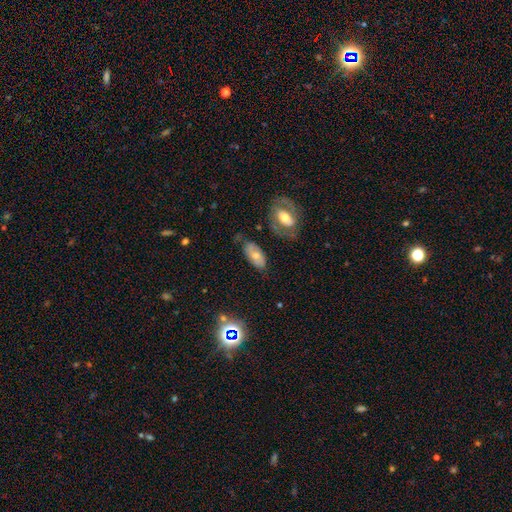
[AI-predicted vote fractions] Smooth or featured? smooth (53%)
How rounded? in between (91%)
Merging? none (67%)